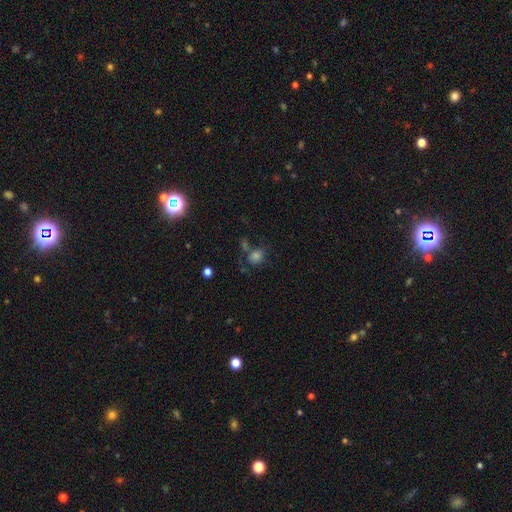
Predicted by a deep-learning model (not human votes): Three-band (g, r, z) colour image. It shows a smooth galaxy with no disk features (68%) that is round (62%). Merging: none (52%).